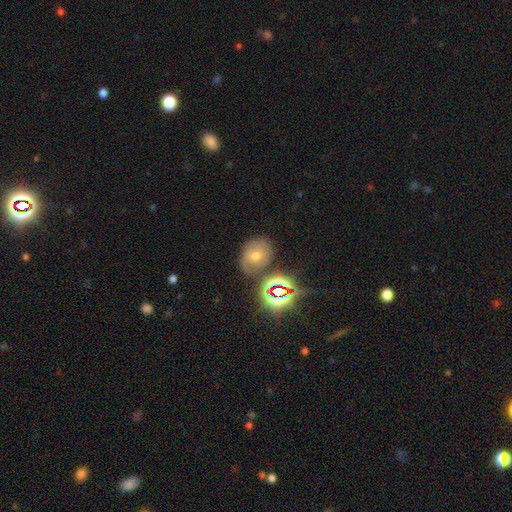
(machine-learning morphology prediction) Q: Smooth or featured?
A: featured or disk (38%); runner-up: star or artifact (37%)
Q: Merging?
A: none (69%); runner-up: minor disturbance (18%)